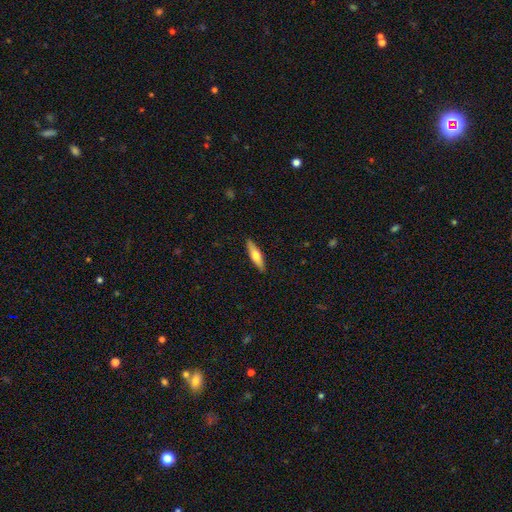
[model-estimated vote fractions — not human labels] Smooth or featured? Predicted: smooth (p=0.59). How rounded? Predicted: cigar-shaped (p=0.70). Merging? Predicted: none (p=0.89).